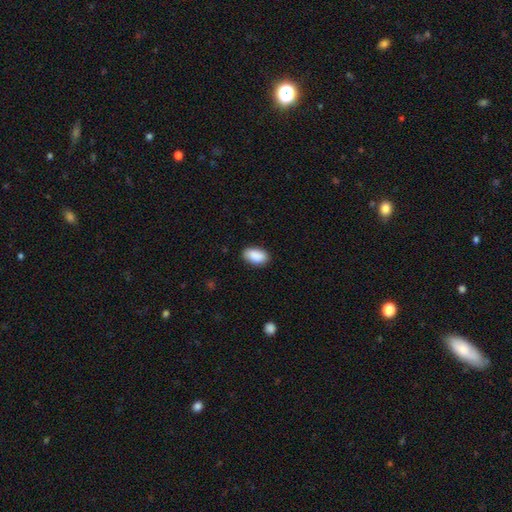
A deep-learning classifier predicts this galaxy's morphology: smooth 90%, star or artifact 6%, featured or disk 3%. Down the decision tree: how rounded — in between (94%); merging — none (86%).